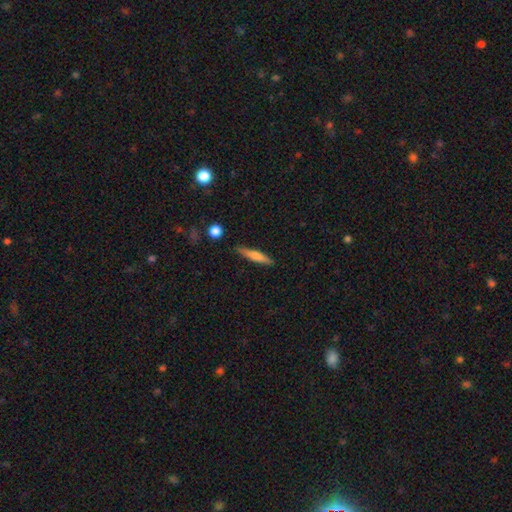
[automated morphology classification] smooth_or_featured: smooth (p=0.64) [alt: featured or disk p=0.29]
how_rounded: cigar-shaped (p=0.88) [alt: in between p=0.10]
merging: none (p=0.87) [alt: minor disturbance p=0.09]